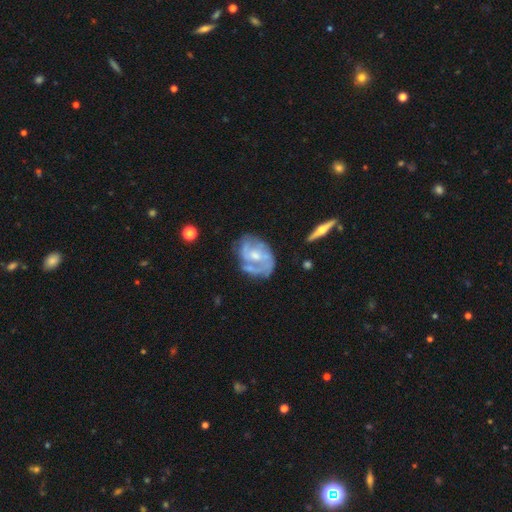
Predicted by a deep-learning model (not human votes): A featured or disk galaxy (78%) with no bar (49%), 2 (48%) medium (42%) spiral arms (81%) and a moderate central bulge (51%). Merging: none (51%).